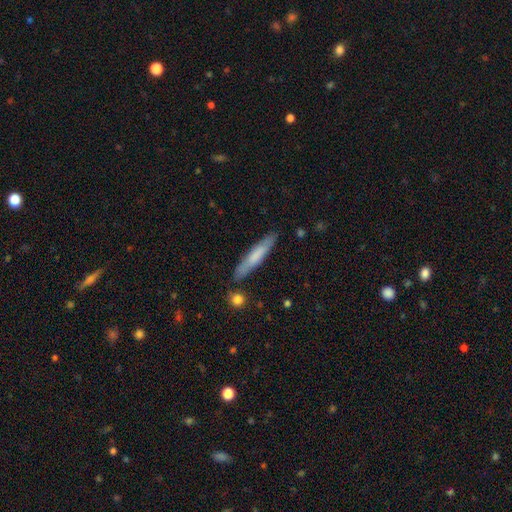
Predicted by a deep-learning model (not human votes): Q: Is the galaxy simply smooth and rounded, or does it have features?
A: smooth — 64%.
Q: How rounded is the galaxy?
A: cigar-shaped — 91%.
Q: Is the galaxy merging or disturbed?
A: none — 84%.